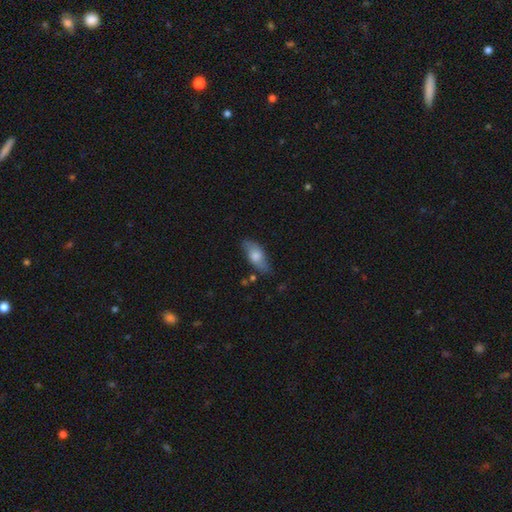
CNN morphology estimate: smooth-or-featured: smooth: 69% | featured or disk: 25% | star or artifact: 6%
  how-rounded: in between: 79% | cigar-shaped: 18% | round: 4%
  merging: none: 73% | minor disturbance: 20% | major disturbance: 5% | merger: 3%